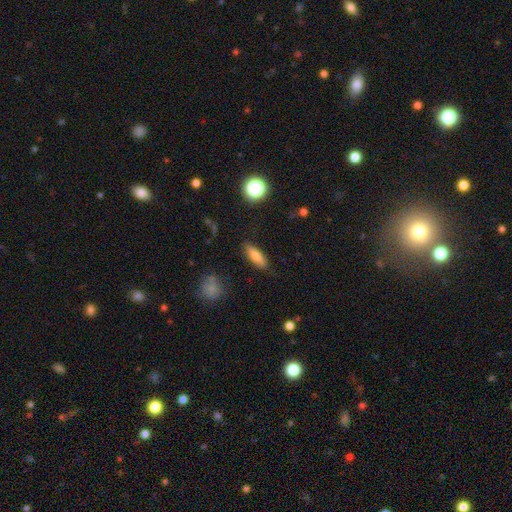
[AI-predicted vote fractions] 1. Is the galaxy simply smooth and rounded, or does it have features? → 75% smooth, 17% featured or disk, 9% star or artifact.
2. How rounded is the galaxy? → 57% in between, 40% cigar-shaped, 3% round.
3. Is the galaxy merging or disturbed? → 85% none, 11% minor disturbance, 3% major disturbance, 2% merger.